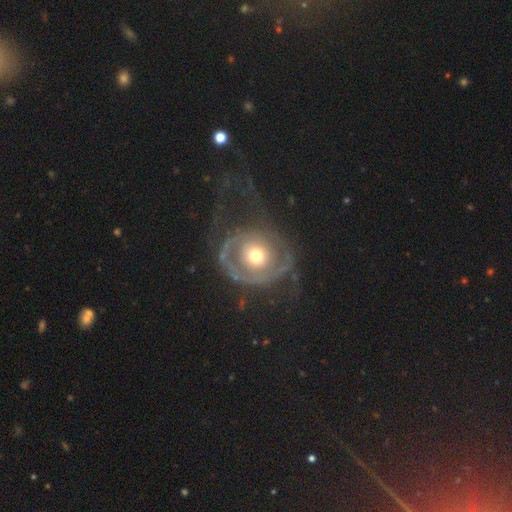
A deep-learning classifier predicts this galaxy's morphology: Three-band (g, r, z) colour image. It shows a featured or disk galaxy (66%) with no bar (84%), spiral arms (53%) and a moderate central bulge (67%). Merging: none (47%).